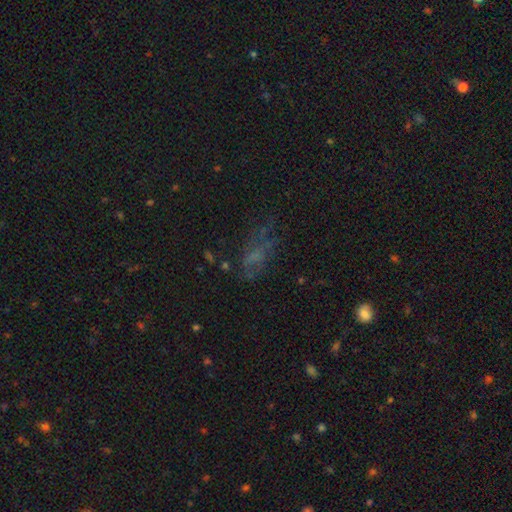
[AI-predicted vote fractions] A smooth galaxy with no disk features (41%).

Vote fractions:
- Smooth or featured? smooth: 41% / featured or disk: 32% / star or artifact: 27%
- Merging? none: 49% / major disturbance: 27% / minor disturbance: 21% / merger: 4%